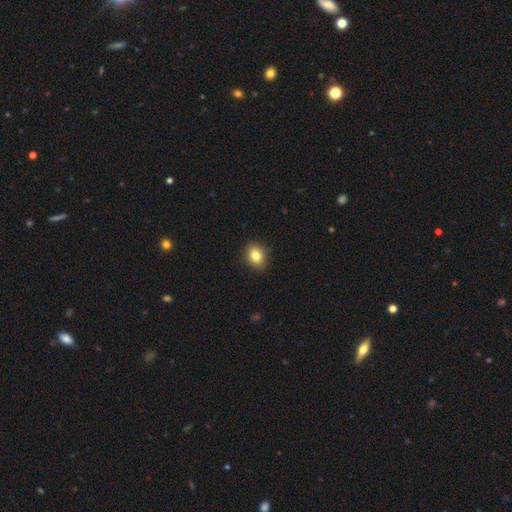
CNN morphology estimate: This appears to be a smooth galaxy with no disk features (83%) that is in between round and cigar-shaped (64%). Merging: none (87%).